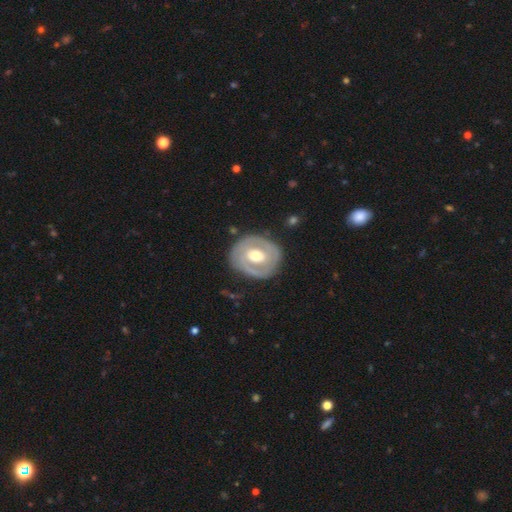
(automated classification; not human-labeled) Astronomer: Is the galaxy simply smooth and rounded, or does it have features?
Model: featured or disk — 68%.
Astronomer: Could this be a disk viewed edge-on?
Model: no — 96%.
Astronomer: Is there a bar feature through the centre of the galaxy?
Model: no — 48% (runner-up: weak, 35%).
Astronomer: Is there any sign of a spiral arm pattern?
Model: no — 52% (runner-up: yes, 48%).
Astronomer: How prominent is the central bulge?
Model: moderate — 73%.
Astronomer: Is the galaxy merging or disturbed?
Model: none — 78%.